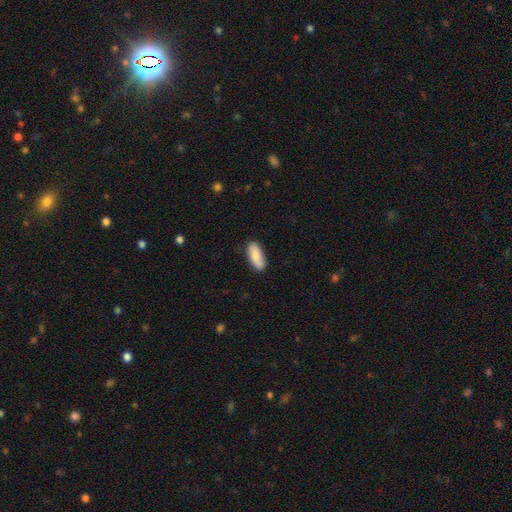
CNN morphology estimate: smooth_or_featured: smooth (p=0.78) [alt: featured or disk p=0.16]
how_rounded: in between (p=0.81) [alt: cigar-shaped p=0.17]
merging: none (p=0.77) [alt: minor disturbance p=0.17]